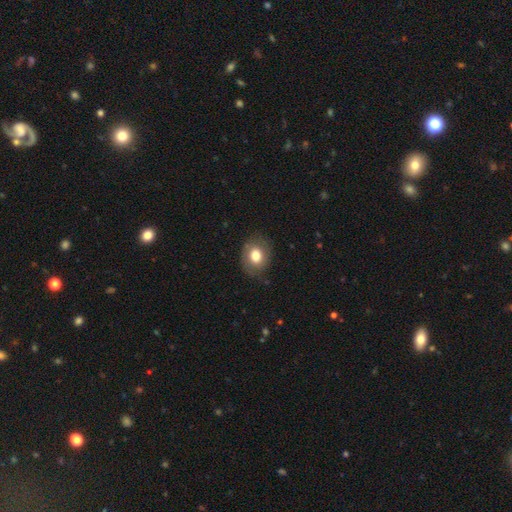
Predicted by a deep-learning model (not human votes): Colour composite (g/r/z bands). It shows a smooth galaxy with no disk features (75%) that is in between round and cigar-shaped (51%). Merging: none (80%).